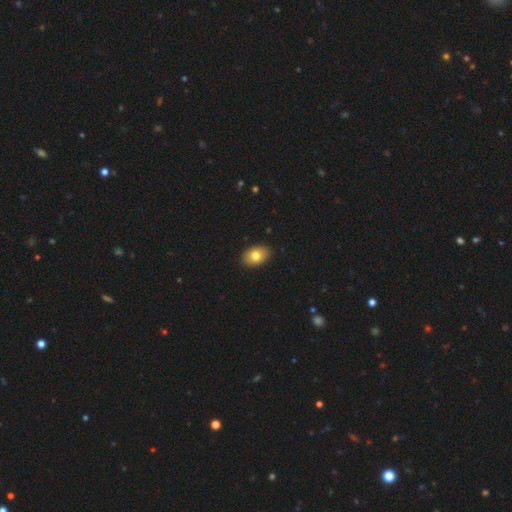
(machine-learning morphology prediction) smooth 78%, featured or disk 14%, star or artifact 8%. Down the decision tree: how rounded — in between (85%); merging — none (90%).